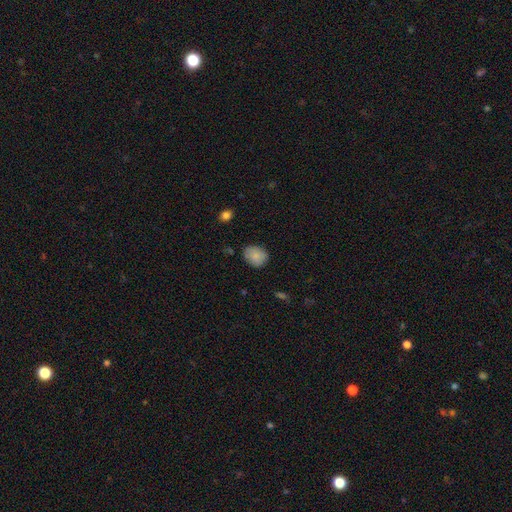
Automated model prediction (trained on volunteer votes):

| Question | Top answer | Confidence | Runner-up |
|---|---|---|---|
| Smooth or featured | smooth | 84% | featured or disk (8%) |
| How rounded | round | 53% | in between (46%) |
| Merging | none | 76% | minor disturbance (19%) |